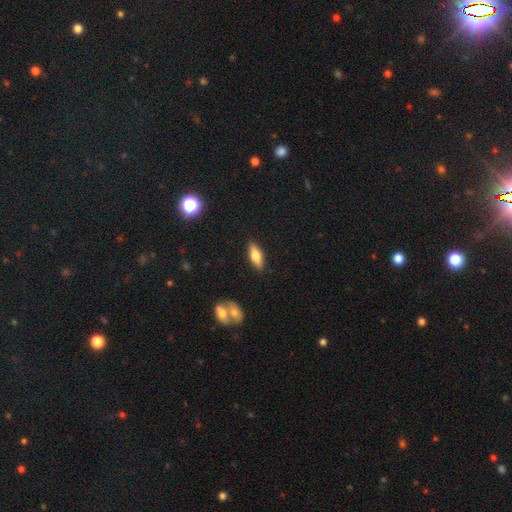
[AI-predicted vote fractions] A smooth galaxy with no disk features (64%) that is in between round and cigar-shaped (66%).

Vote fractions:
- Smooth or featured? smooth: 64% / featured or disk: 29% / star or artifact: 7%
- How rounded? in between: 66% / cigar-shaped: 31% / round: 3%
- Merging? none: 86% / minor disturbance: 10% / major disturbance: 2% / merger: 2%